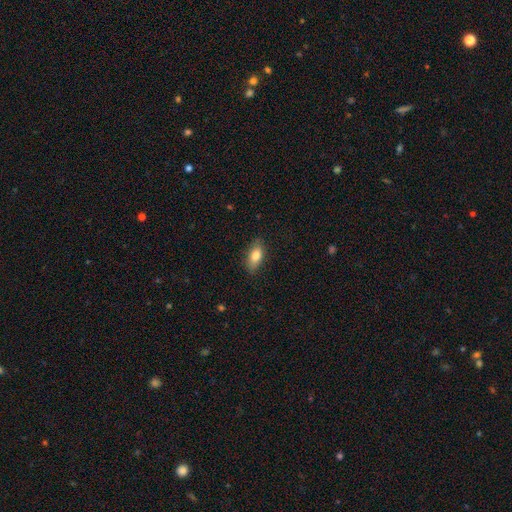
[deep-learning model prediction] This appears to be a smooth galaxy with no disk features (79%) that is in between round and cigar-shaped (87%). Merging: none (83%).